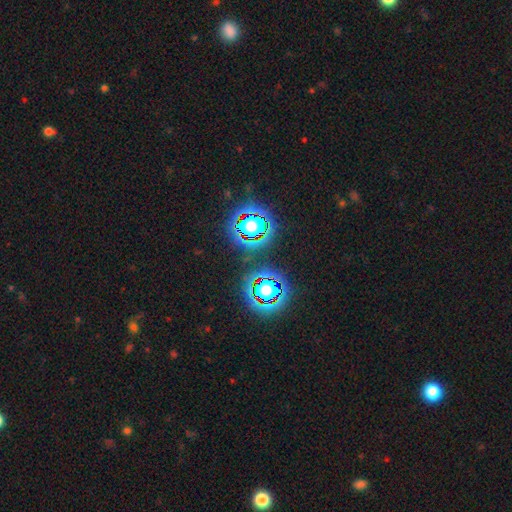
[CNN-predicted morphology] Smooth or featured?
  - star or artifact: 79% *
  - smooth: 14%
  - featured or disk: 8%